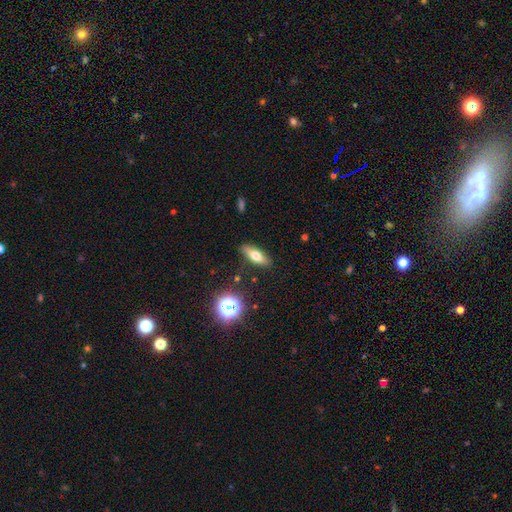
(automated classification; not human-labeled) Q: Smooth or featured?
A: smooth (63%); runner-up: featured or disk (27%)
Q: How rounded?
A: in between (58%); runner-up: cigar-shaped (38%)
Q: Merging?
A: none (86%); runner-up: minor disturbance (10%)